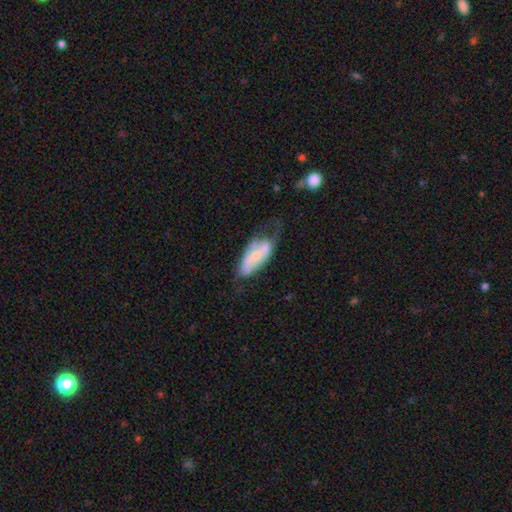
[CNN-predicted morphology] A featured or disk galaxy (54%). Merging: none (33%).